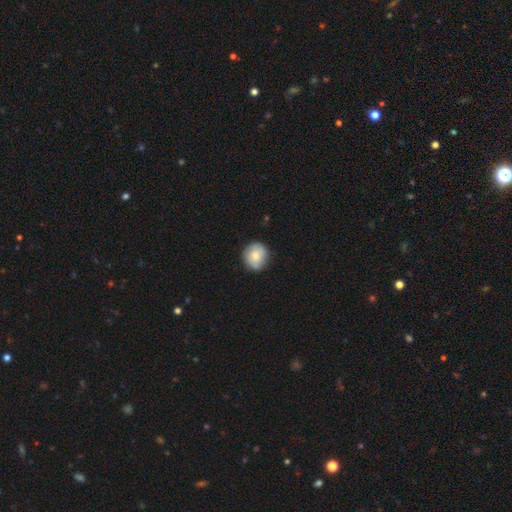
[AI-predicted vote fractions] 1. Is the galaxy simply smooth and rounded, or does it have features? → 66% smooth, 27% featured or disk, 7% star or artifact.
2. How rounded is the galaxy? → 87% round, 12% in between, 1% cigar-shaped.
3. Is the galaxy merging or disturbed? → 79% none, 17% minor disturbance, 3% major disturbance, 1% merger.